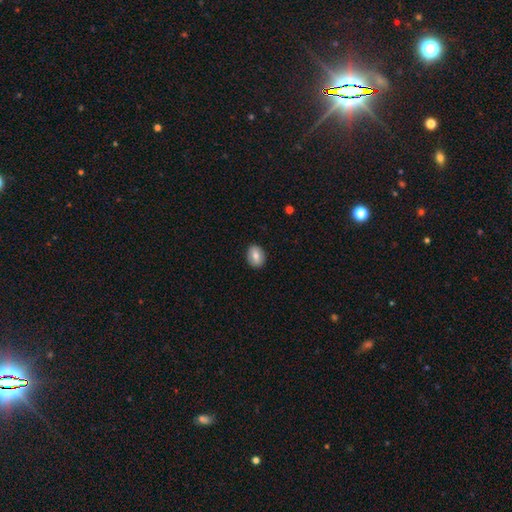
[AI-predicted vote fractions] smooth 75%, featured or disk 18%, star or artifact 7%. Down the decision tree: how rounded — in between (60%); merging — none (89%).